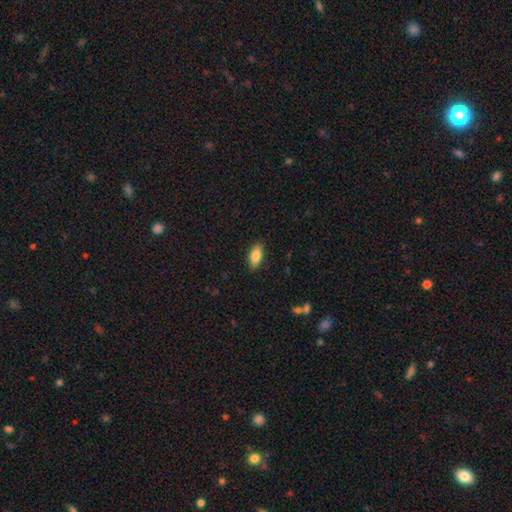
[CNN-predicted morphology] Overall: smooth (84%). How rounded: in between (85%). Merging: none (87%).